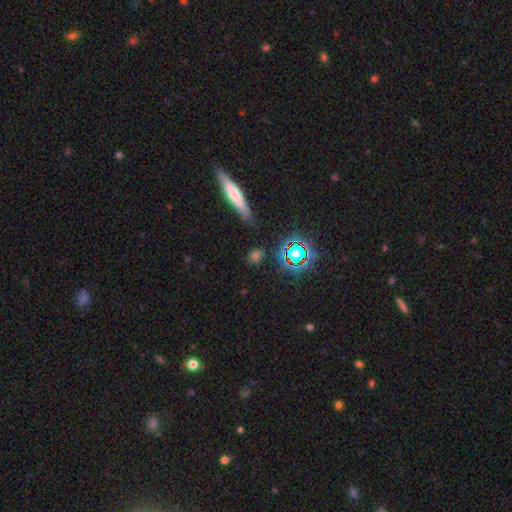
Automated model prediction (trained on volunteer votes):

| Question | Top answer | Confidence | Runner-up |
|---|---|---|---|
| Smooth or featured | smooth | 56% | star or artifact (33%) |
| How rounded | round | 52% | in between (33%) |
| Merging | none | 82% | minor disturbance (11%) |